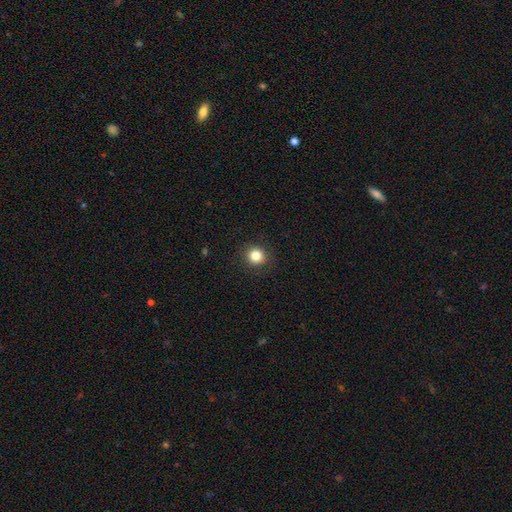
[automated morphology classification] A smooth galaxy with no disk features (84%) that is round (89%). Merging: none (90%).